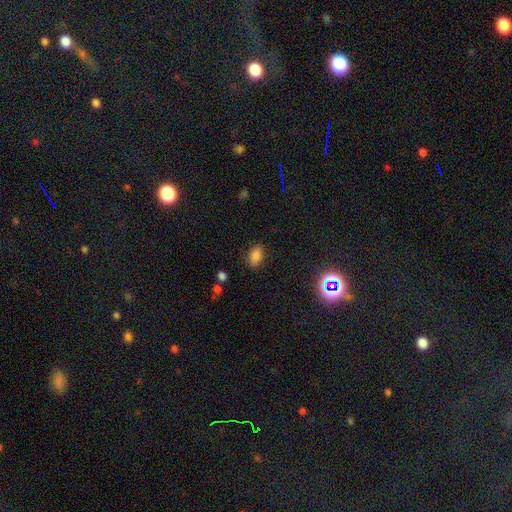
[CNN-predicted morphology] Overall: smooth (82%). How rounded: in between (86%). Merging: none (85%).